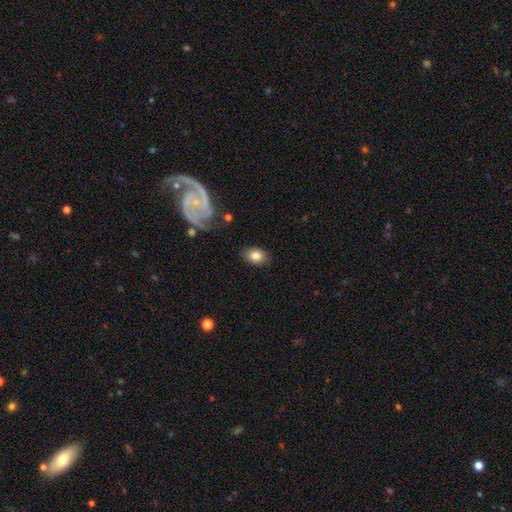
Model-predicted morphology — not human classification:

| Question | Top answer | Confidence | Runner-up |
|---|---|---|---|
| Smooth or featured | smooth | 80% | featured or disk (12%) |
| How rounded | in between | 82% | round (17%) |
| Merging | none | 83% | minor disturbance (11%) |